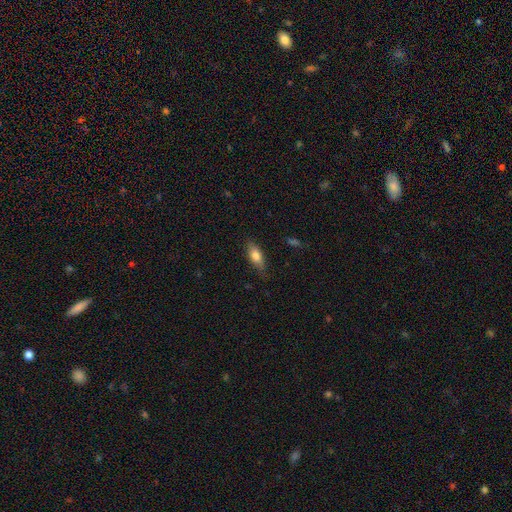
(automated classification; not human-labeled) Smooth or featured: smooth — 75% (featured or disk — 18%)
How rounded: in between — 71% (cigar-shaped — 26%)
Merging: none — 79% (minor disturbance — 16%)